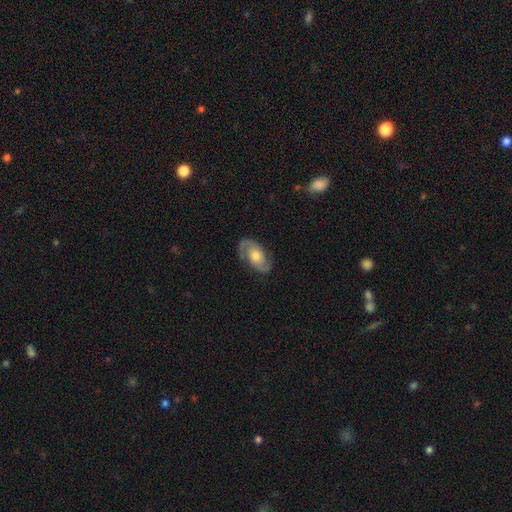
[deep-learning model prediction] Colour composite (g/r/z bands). It shows a featured or disk galaxy (80%) with no bar (69%), 2 (91%) medium (48%) spiral arms (94%) and a moderate central bulge (65%). Merging: none (82%).